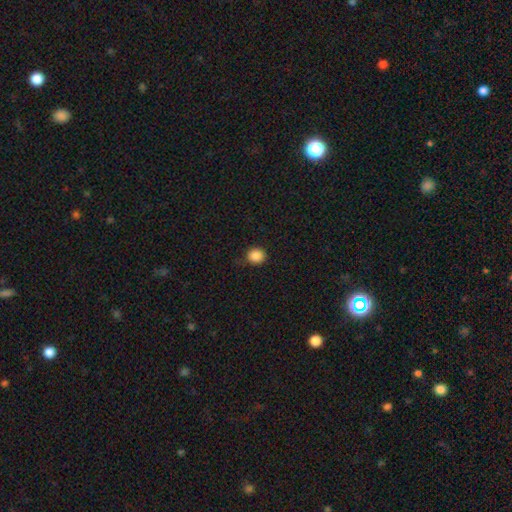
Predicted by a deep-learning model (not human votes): This is clearly a smooth galaxy (87%). How rounded: clearly round (86%). Merging: clearly none (82%).